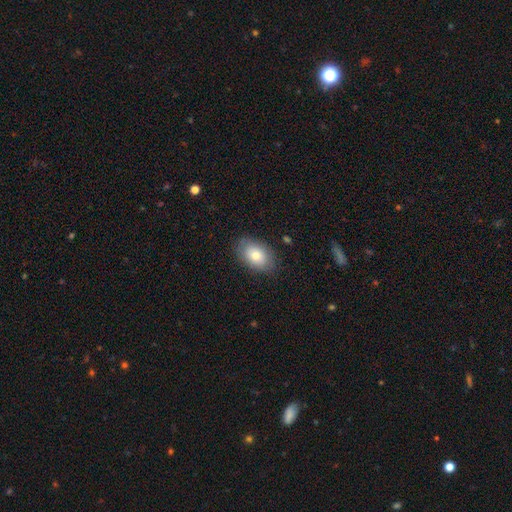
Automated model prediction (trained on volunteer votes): Morphology: type=smooth (76%); roundness=in between (87%); merging=none (82%).